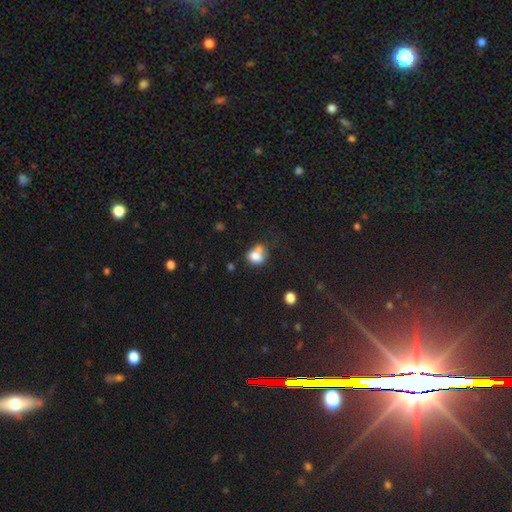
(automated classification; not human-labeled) The model was most divided on "merging": none: 35%, merger: 31%, minor disturbance: 23%, major disturbance: 11%. More confident: smooth or featured — smooth (76%); how rounded — round (57%).